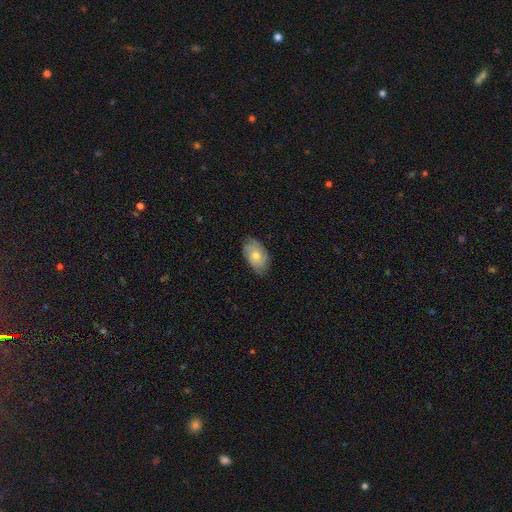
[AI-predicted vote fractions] smooth 53%, featured or disk 40%, star or artifact 8%. Down the decision tree: how rounded — in between (91%); merging — none (79%).